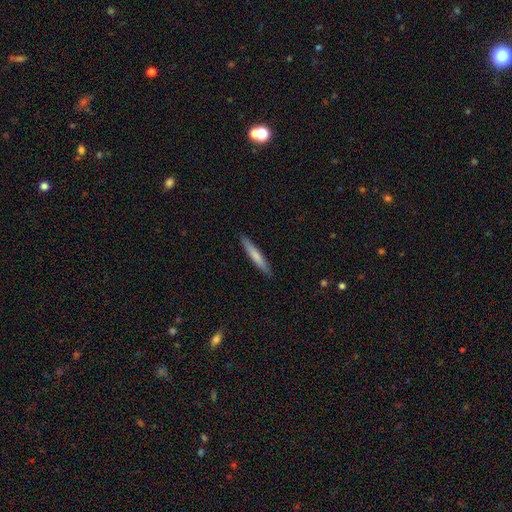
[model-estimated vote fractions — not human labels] A smooth galaxy with no disk features (72%) that is cigar-shaped (94%). Merging: none (91%).